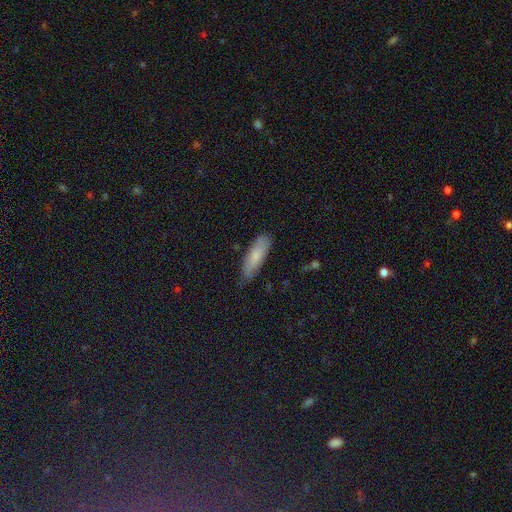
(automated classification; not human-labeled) Smooth or featured? smooth (75%)
How rounded? cigar-shaped (51%)
Merging? none (74%)